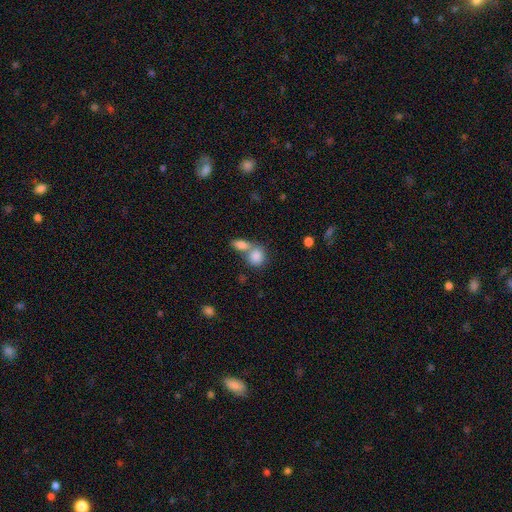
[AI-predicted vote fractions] Smooth or featured? Predicted: smooth (p=0.85). How rounded? Predicted: round (p=0.56). Merging? Predicted: merger (p=0.56).